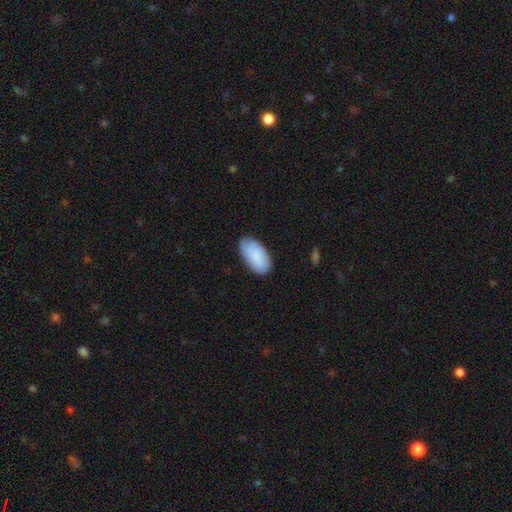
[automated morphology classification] The model was most divided on "merging": none: 76%, minor disturbance: 20%, major disturbance: 3%, merger: 1%. More confident: how rounded — in between (95%); smooth or featured — smooth (79%).